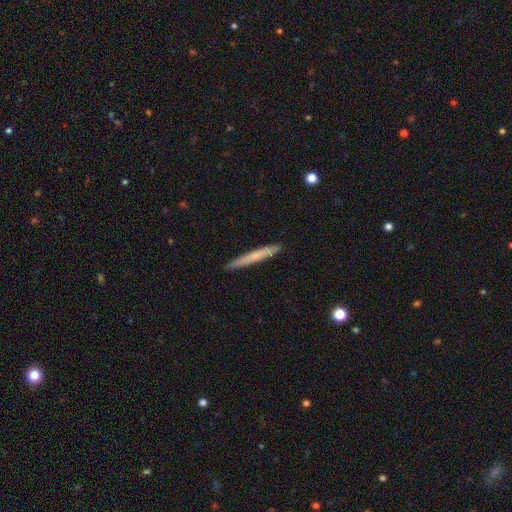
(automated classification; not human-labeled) This appears to be a smooth galaxy with no disk features (64%) that is cigar-shaped (97%). Merging: none (91%).